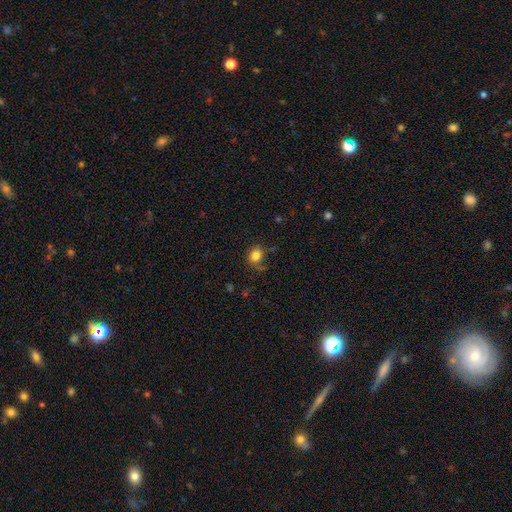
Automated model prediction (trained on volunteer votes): smooth 81%, star or artifact 11%, featured or disk 8%. Down the decision tree: how rounded — round (59%); merging — none (68%).